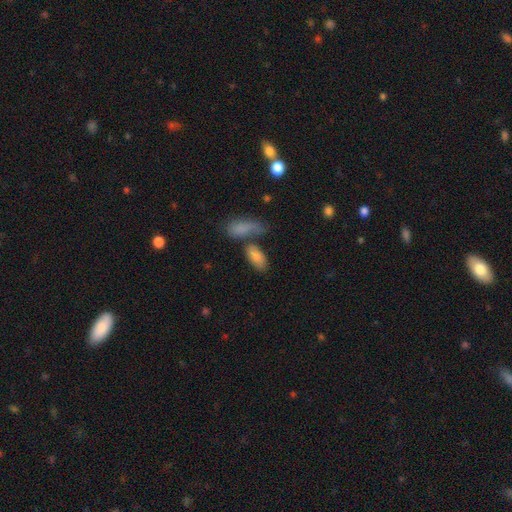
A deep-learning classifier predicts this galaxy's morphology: Smooth or featured? Predicted: smooth (p=0.79). How rounded? Predicted: in between (p=0.86). Merging? Predicted: none (p=0.51).